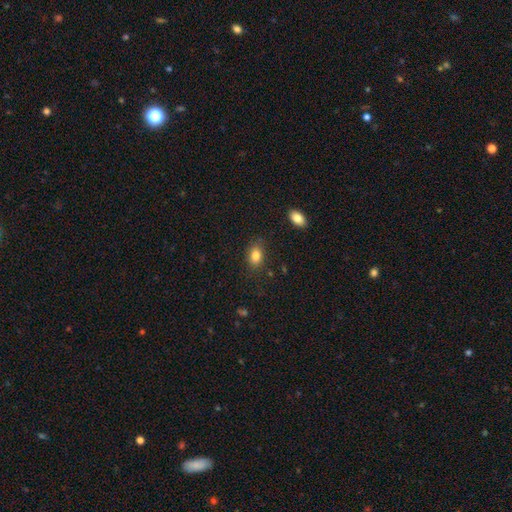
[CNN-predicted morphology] Smooth or featured: smooth — 84% (star or artifact — 9%)
How rounded: in between — 78% (round — 20%)
Merging: none — 83% (minor disturbance — 12%)